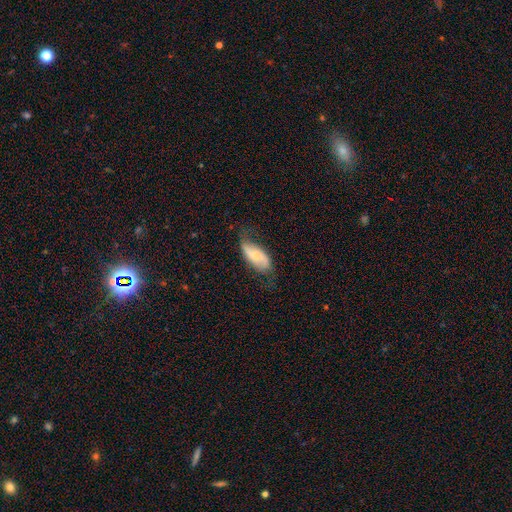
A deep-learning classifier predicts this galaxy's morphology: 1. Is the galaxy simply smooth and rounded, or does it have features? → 49% featured or disk, 45% smooth, 7% star or artifact.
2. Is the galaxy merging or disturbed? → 50% none, 34% minor disturbance, 14% major disturbance, 2% merger.